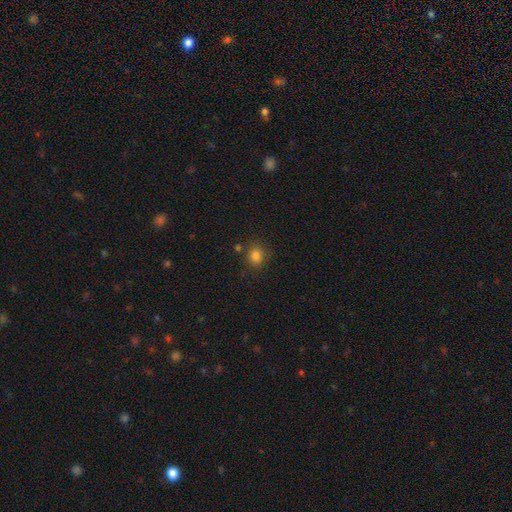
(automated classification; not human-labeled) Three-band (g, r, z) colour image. It shows a smooth galaxy with no disk features (81%) that is round (68%). Merging: none (79%).